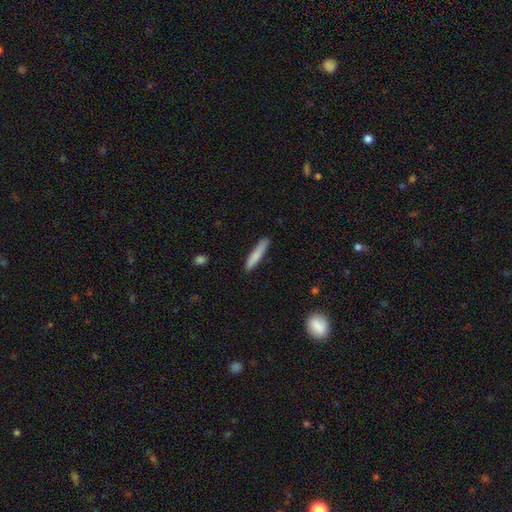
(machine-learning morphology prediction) smooth_or_featured: smooth (p=0.81) [alt: featured or disk p=0.14]
how_rounded: cigar-shaped (p=0.91) [alt: in between p=0.07]
merging: none (p=0.86) [alt: minor disturbance p=0.11]